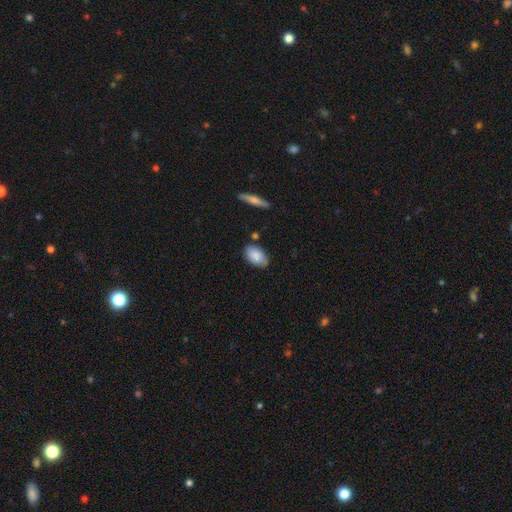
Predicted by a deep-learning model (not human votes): A smooth galaxy with no disk features (85%) that is in between round and cigar-shaped (92%).

Vote fractions:
- Smooth or featured? smooth: 85% / featured or disk: 9% / star or artifact: 6%
- How rounded? in between: 92% / round: 6% / cigar-shaped: 2%
- Merging? none: 77% / minor disturbance: 16% / merger: 4% / major disturbance: 3%